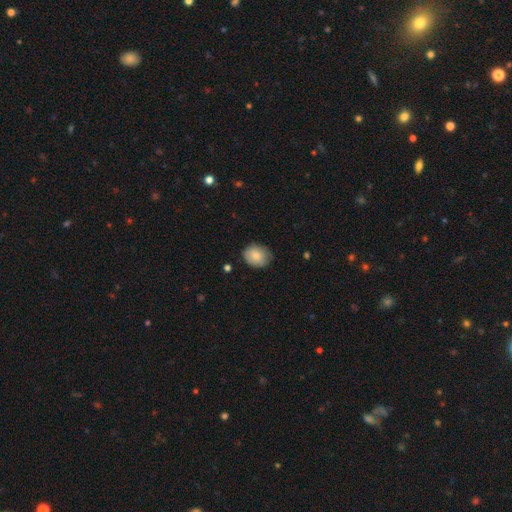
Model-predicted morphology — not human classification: Smooth or featured? Predicted: smooth (p=0.82). How rounded? Predicted: round (p=0.50). Merging? Predicted: none (p=0.76).